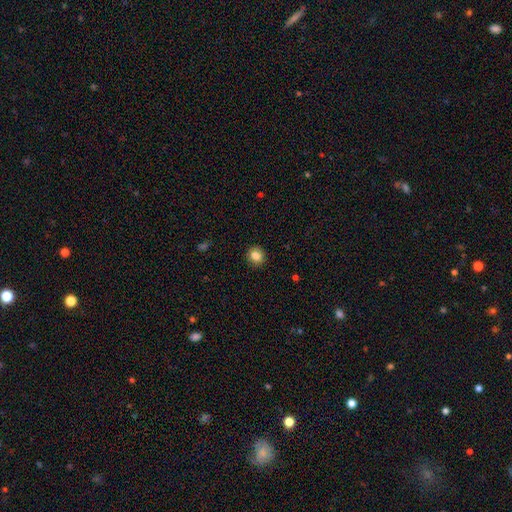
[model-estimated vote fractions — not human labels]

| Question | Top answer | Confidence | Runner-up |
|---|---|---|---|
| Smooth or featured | smooth | 84% | star or artifact (10%) |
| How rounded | round | 79% | in between (20%) |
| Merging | none | 91% | minor disturbance (7%) |